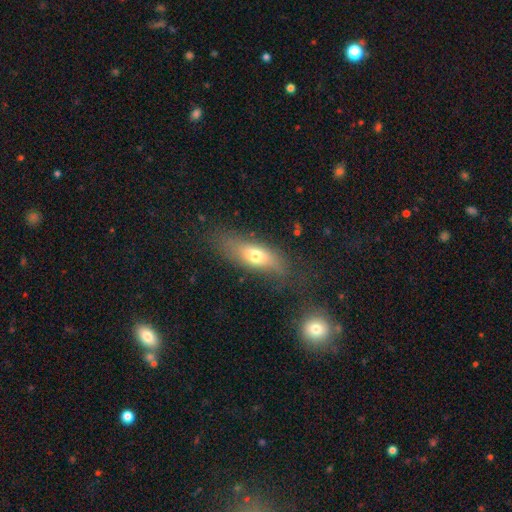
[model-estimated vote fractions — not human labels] The model was most divided on "how rounded": in between: 65%, cigar-shaped: 30%, round: 5%. More confident: merging — none (70%); smooth or featured — smooth (65%).